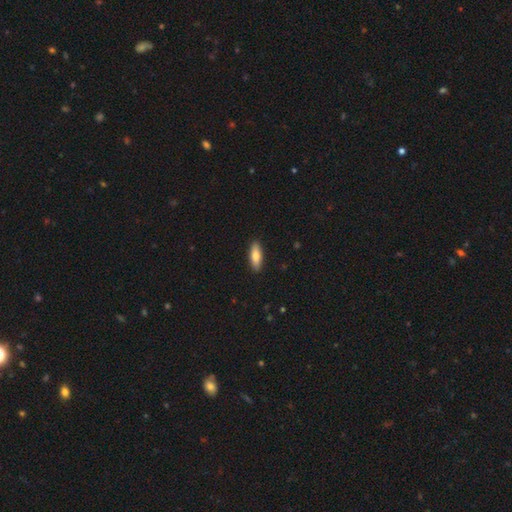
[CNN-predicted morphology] smooth-or-featured: smooth: 77% | featured or disk: 17% | star or artifact: 6%
  how-rounded: in between: 62% | cigar-shaped: 36% | round: 2%
  merging: none: 90% | minor disturbance: 7% | major disturbance: 2% | merger: 1%